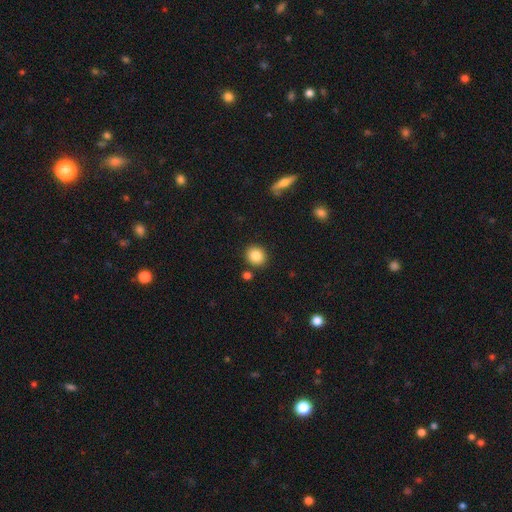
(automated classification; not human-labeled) This is clearly a smooth galaxy (86%). How rounded: clearly round (81%). Merging: clearly none (86%).